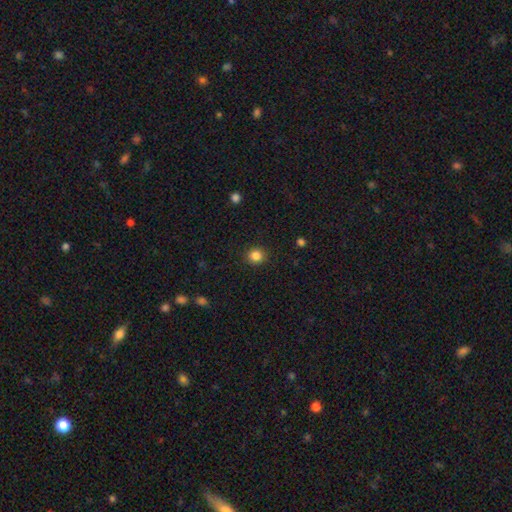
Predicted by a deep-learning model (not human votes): A smooth galaxy with no disk features (84%) that is round (90%). Merging: none (91%).